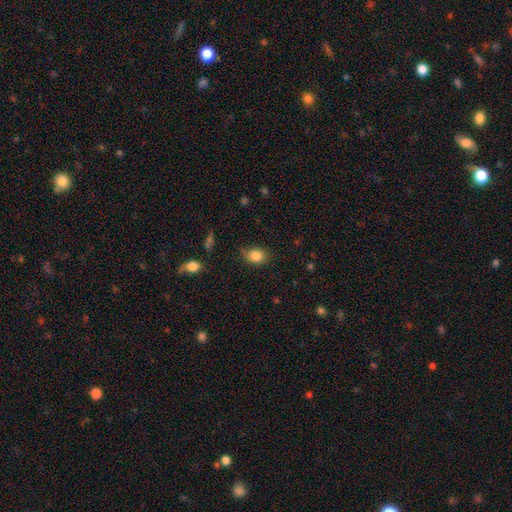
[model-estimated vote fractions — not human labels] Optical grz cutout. It shows a smooth galaxy with no disk features (84%) that is in between round and cigar-shaped (52%). Merging: none (71%).